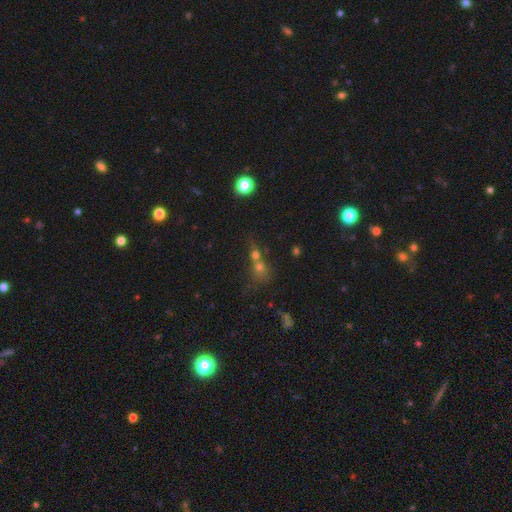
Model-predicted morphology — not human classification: This appears to be a smooth galaxy with no disk features (51%) that is round (72%). Merging: merger (48%).